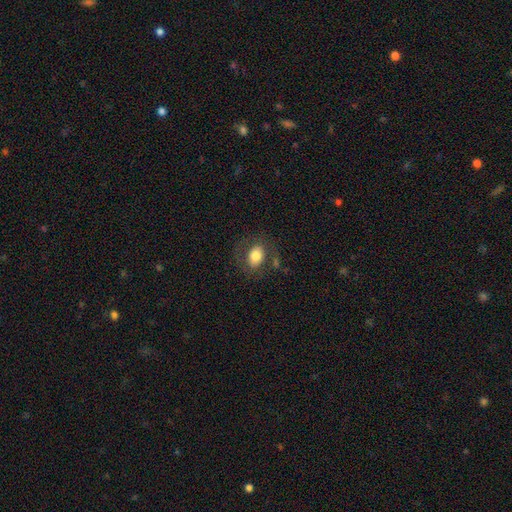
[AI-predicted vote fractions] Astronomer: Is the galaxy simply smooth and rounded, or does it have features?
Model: smooth — 74%.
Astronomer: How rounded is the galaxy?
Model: in between — 73%.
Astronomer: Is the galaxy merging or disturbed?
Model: none — 70%.